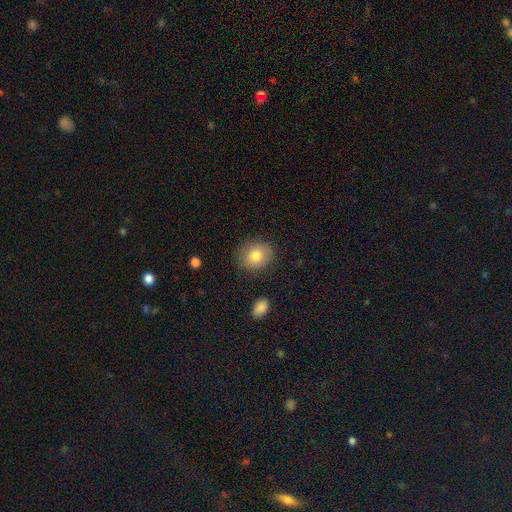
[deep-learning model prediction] Smooth or featured? smooth (81%)
How rounded? round (63%)
Merging? none (83%)